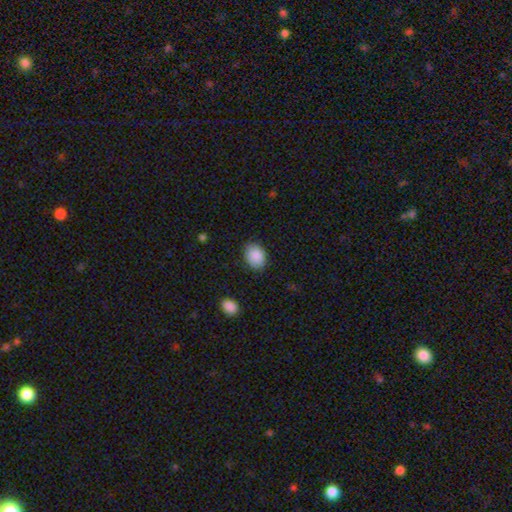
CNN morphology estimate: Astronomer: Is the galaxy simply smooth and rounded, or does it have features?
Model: smooth — 89%.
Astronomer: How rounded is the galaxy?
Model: in between — 70%.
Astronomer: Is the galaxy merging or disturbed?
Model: none — 83%.